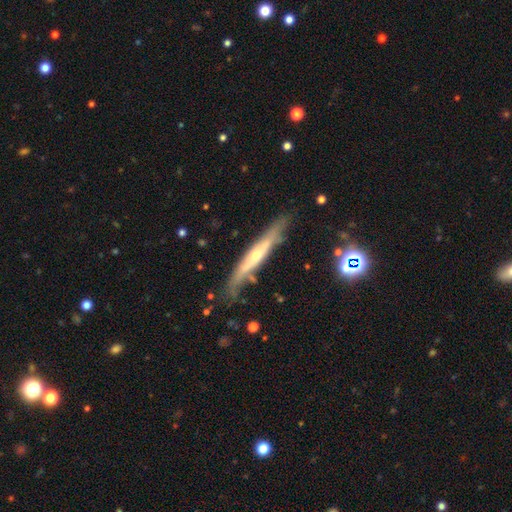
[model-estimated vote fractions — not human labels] smooth-or-featured: featured or disk: 69% | smooth: 25% | star or artifact: 7%
  disk-edge-on: yes: 81% | no: 19%
    edge-on-bulge: rounded: 76% | none: 20% | boxy: 4%
  merging: none: 70% | minor disturbance: 21% | major disturbance: 6% | merger: 4%